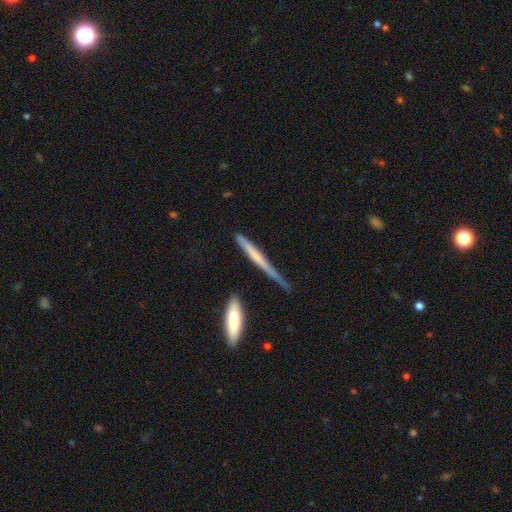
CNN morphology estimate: This is possibly a smooth galaxy (57%). How rounded: clearly cigar-shaped (95%). Merging: likely none (64%).